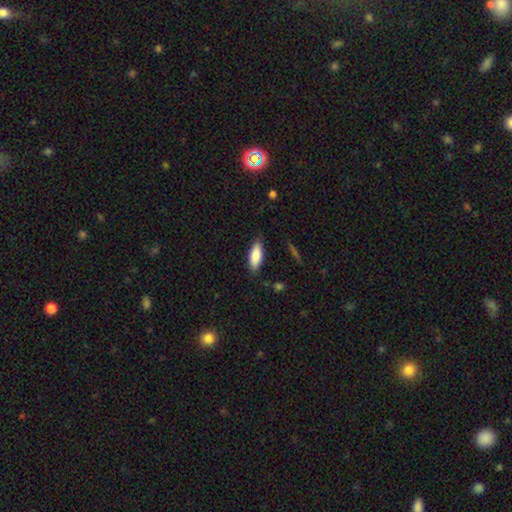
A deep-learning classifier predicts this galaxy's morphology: The model was most divided on "how rounded": in between: 75%, cigar-shaped: 23%, round: 2%. More confident: smooth or featured — smooth (84%); merging — none (83%).